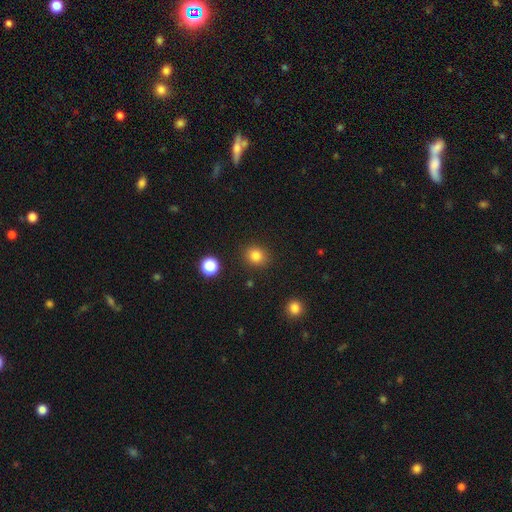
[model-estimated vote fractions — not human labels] Smooth or featured? smooth (82%)
How rounded? round (70%)
Merging? none (87%)